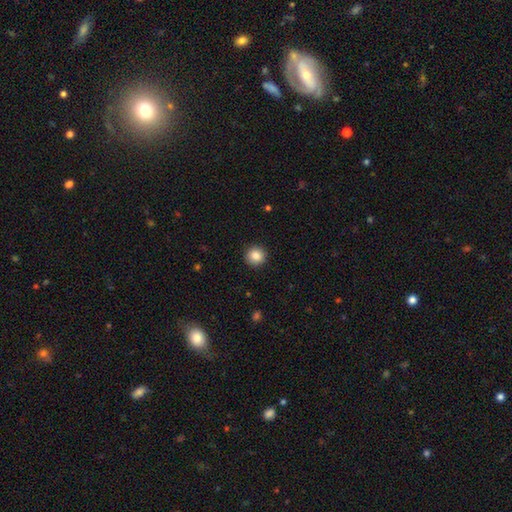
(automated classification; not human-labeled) Q: Smooth or featured?
A: smooth (86%); runner-up: star or artifact (9%)
Q: How rounded?
A: round (95%); runner-up: in between (4%)
Q: Merging?
A: none (93%); runner-up: minor disturbance (5%)